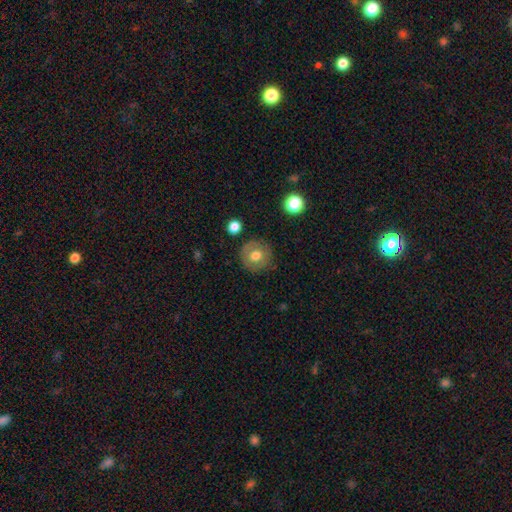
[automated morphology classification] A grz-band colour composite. It shows a smooth galaxy with no disk features (70%) that is round (93%). Merging: none (86%).